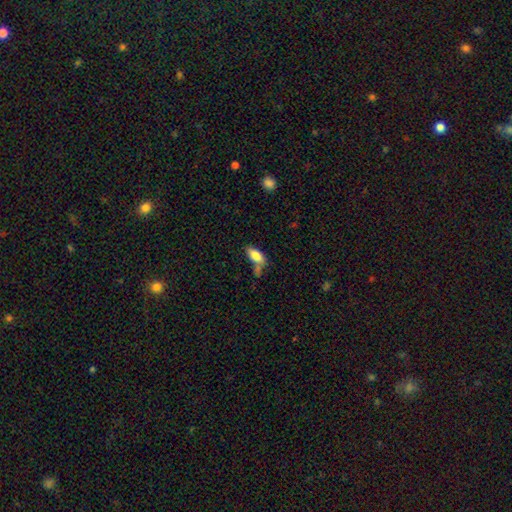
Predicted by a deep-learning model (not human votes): This is likely a smooth galaxy (78%). How rounded: clearly in between (86%). Merging: marginally none (44%).